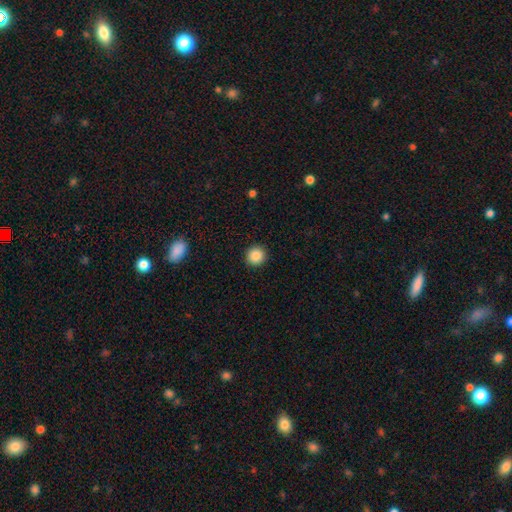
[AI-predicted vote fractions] Morphology: type=smooth (87%); roundness=round (94%); merging=none (92%).